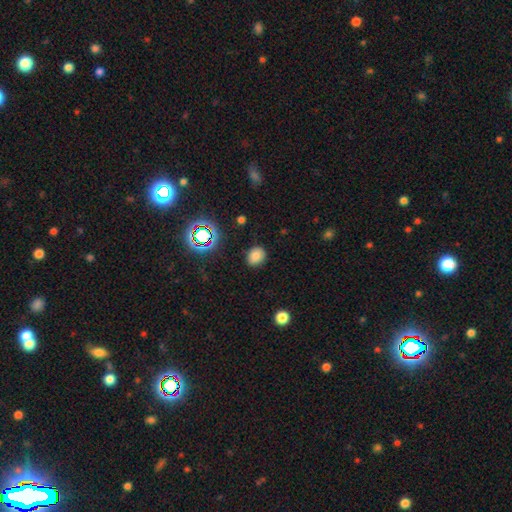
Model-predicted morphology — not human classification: This is likely a smooth galaxy (78%). How rounded: possibly round (53%). Merging: clearly none (83%).